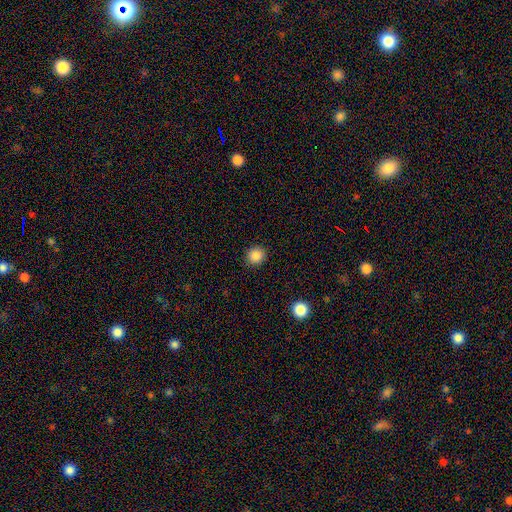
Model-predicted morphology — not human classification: Smooth or featured? Predicted: smooth (p=0.86). How rounded? Predicted: round (p=0.90). Merging? Predicted: none (p=0.92).